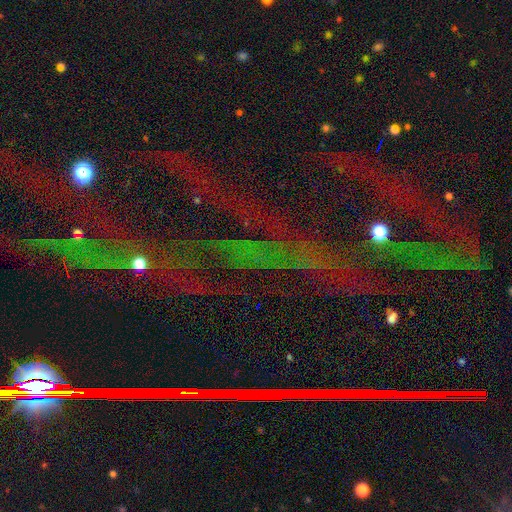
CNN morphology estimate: A star or artifact, not a galaxy (84%).

Vote fractions:
- Smooth or featured? star or artifact: 84% / featured or disk: 9% / smooth: 8%